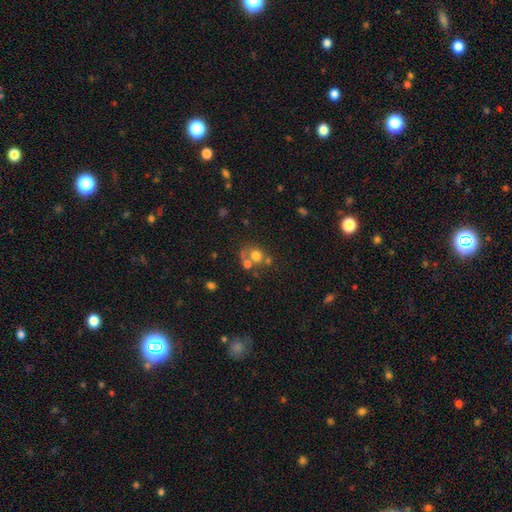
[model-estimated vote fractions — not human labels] smooth 64%, featured or disk 21%, star or artifact 15%. Down the decision tree: how rounded — round (72%); merging — merger (42%).